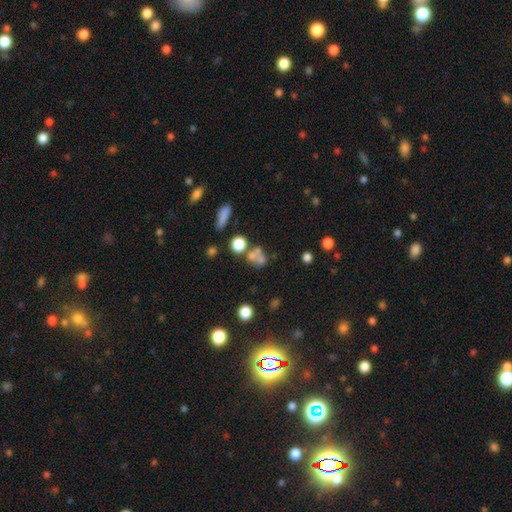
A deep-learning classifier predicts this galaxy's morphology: smooth_or_featured: smooth (p=0.63) [alt: featured or disk p=0.20]
how_rounded: round (p=0.55) [alt: in between p=0.42]
merging: merger (p=0.43) [alt: none p=0.34]